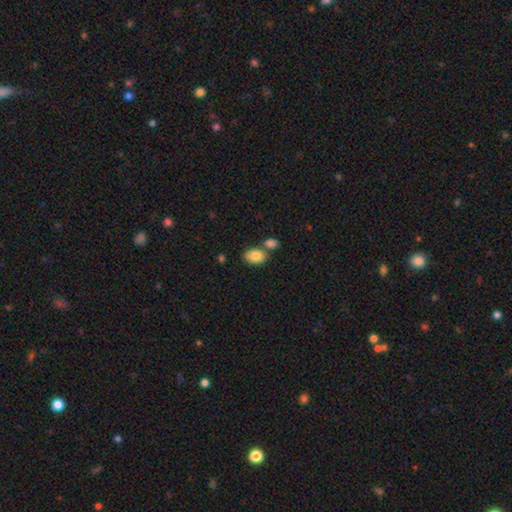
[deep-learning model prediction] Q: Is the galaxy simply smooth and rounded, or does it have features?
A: smooth — 83%.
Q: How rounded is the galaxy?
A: in between — 84%.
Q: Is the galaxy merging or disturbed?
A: none — 58%.